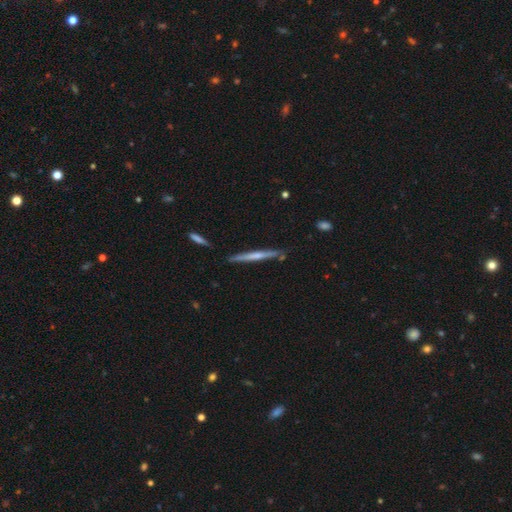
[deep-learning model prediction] Smooth or featured?
  - featured or disk: 53% *
  - smooth: 41%
  - star or artifact: 5%
Edge-on disk?
  - yes: 97% *
  - no: 3%
Edge-on bulge?
  - none: 60% *
  - rounded: 32%
  - boxy: 8%
Merging?
  - none: 84% *
  - minor disturbance: 11%
  - merger: 3%
  - major disturbance: 2%